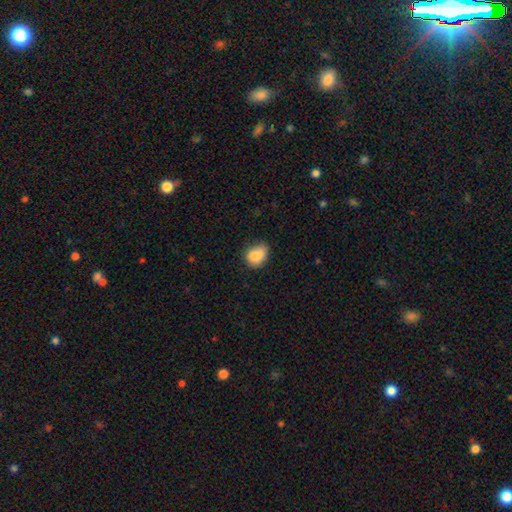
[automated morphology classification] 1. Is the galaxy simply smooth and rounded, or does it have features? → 79% smooth, 12% featured or disk, 9% star or artifact.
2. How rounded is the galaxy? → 57% in between, 42% round, 1% cigar-shaped.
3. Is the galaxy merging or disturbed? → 49% none, 29% minor disturbance, 13% merger, 9% major disturbance.